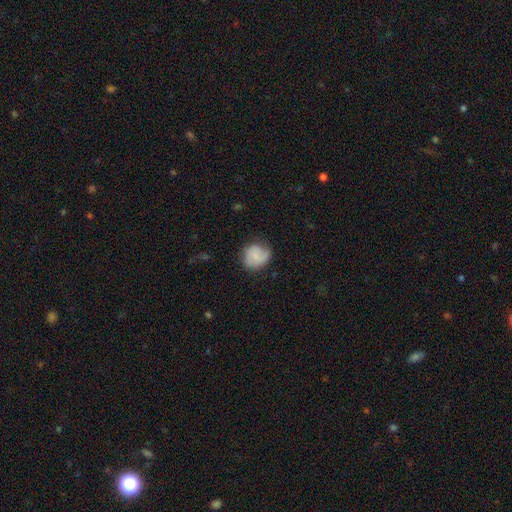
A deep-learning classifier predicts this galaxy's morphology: A smooth galaxy with no disk features (74%) that is round (78%). Merging: none (62%).